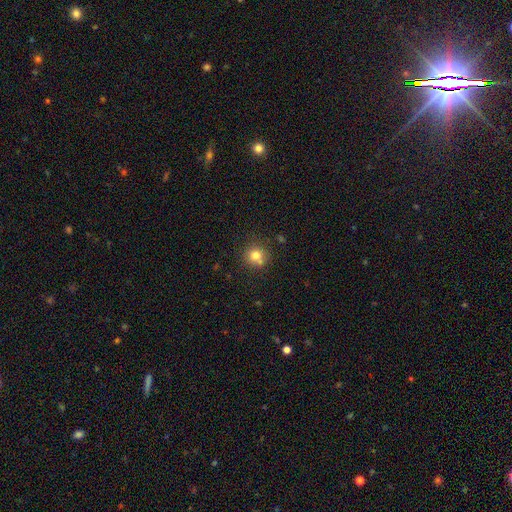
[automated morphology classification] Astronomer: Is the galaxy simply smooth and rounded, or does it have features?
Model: smooth — 77%.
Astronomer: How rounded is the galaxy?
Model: round — 91%.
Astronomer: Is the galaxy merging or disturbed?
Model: none — 70%.